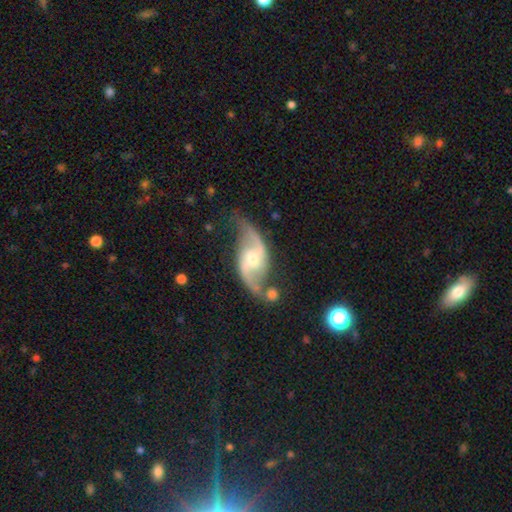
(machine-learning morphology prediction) Smooth or featured? Predicted: featured or disk (p=0.90). Edge-on disk? Predicted: no (p=0.96). Bar? Predicted: no (p=0.48). Spiral arms? Predicted: yes (p=0.97). Spiral winding? Predicted: loose (p=0.59). Spiral arm count? Predicted: 2 (p=0.93). Bulge size? Predicted: small (p=0.47). Merging? Predicted: none (p=0.70).